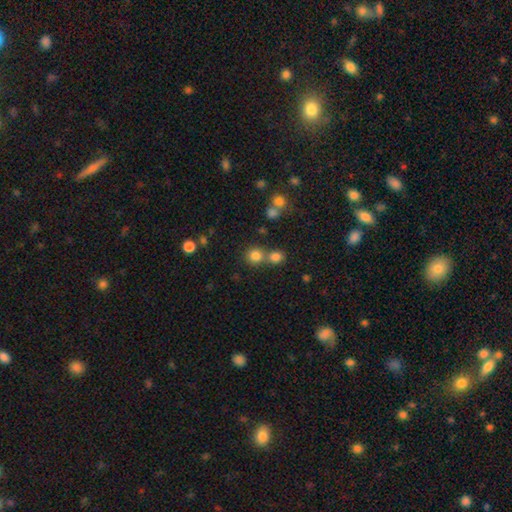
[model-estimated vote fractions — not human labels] smooth 80%, star or artifact 14%, featured or disk 6%. Down the decision tree: how rounded — round (90%); merging — none (61%).